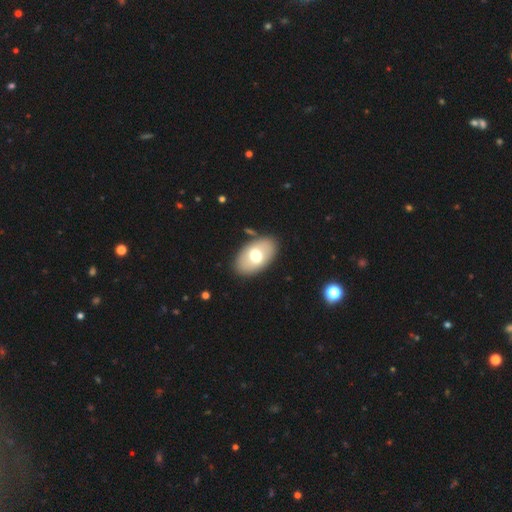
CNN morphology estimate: Overall: smooth (65%; featured or disk 29%). How rounded: in between (92%). Merging: none (84%).